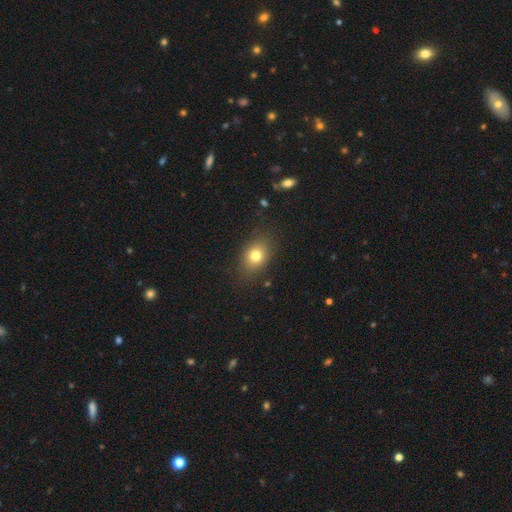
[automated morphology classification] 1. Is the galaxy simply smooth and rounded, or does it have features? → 77% smooth, 12% star or artifact, 12% featured or disk.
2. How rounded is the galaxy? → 63% in between, 35% round, 2% cigar-shaped.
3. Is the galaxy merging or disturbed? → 81% none, 13% minor disturbance, 4% major disturbance, 1% merger.